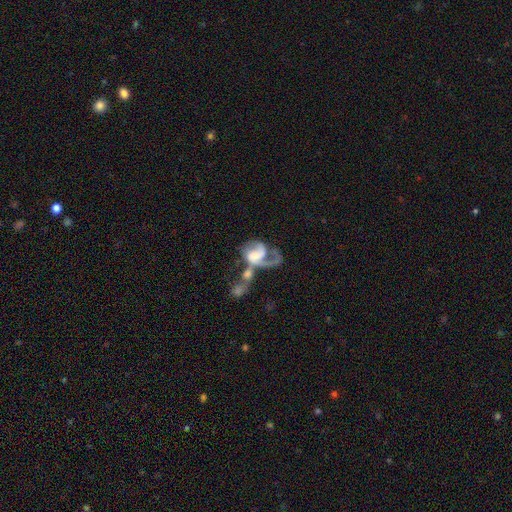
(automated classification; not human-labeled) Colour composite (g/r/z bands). It shows a featured or disk galaxy (74%) with no bar (54%), 2 (43%) loose (42%) spiral arms (86%) and a moderate central bulge (31%). Merging: merger (51%).